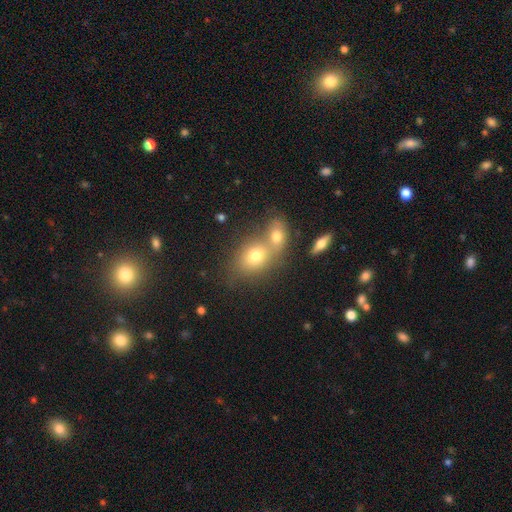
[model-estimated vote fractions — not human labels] Morphology: type=smooth (71%); roundness=in between (57%); merging=merger (48%).